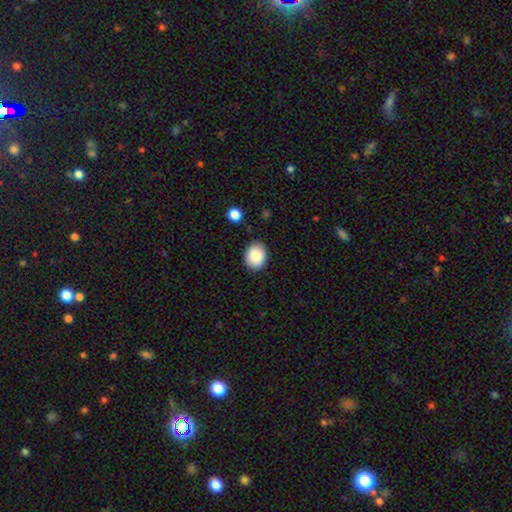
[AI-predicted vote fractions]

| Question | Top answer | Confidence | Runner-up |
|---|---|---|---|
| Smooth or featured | smooth | 87% | star or artifact (8%) |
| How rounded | in between | 53% | round (46%) |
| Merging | none | 86% | minor disturbance (10%) |